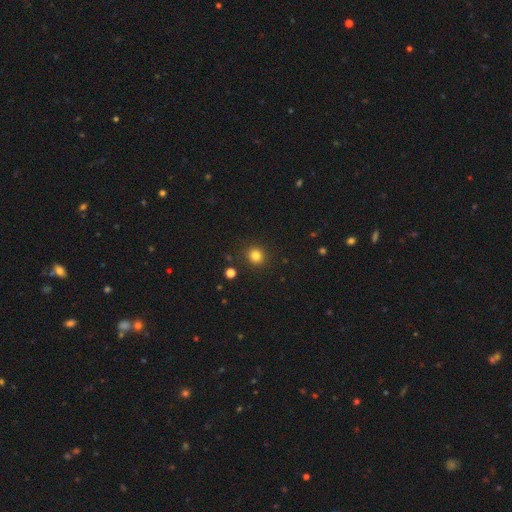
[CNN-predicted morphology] Smooth or featured? smooth (82%)
How rounded? round (90%)
Merging? none (90%)